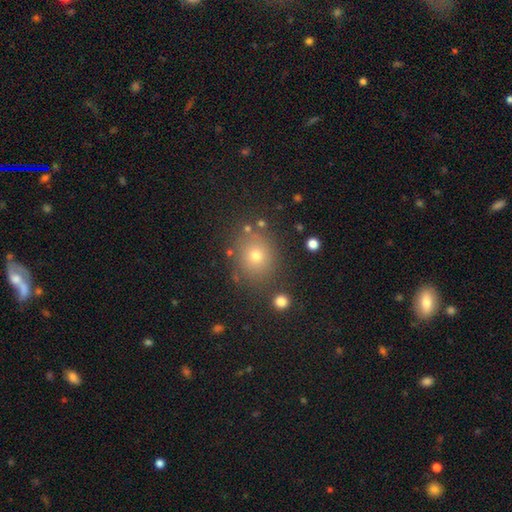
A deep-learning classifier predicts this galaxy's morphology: smooth 69%, star or artifact 19%, featured or disk 11%. Down the decision tree: how rounded — round (72%); merging — none (81%).